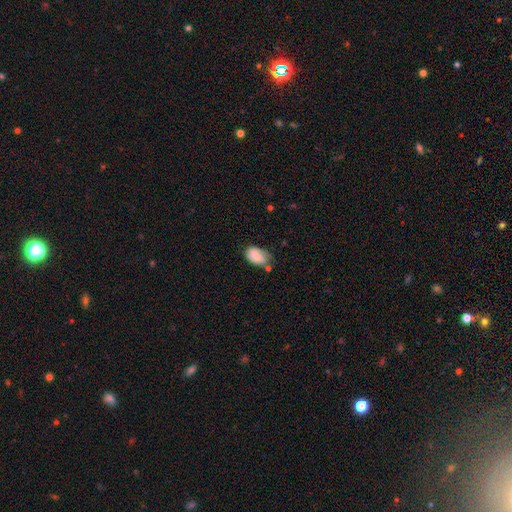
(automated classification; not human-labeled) Morphology: type=smooth (82%); roundness=in between (86%); merging=none (49%).